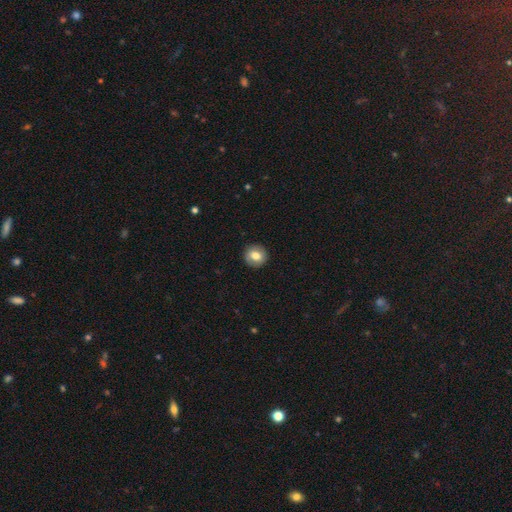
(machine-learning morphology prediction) This appears to be a smooth galaxy with no disk features (75%) that is round (89%). Merging: none (90%).